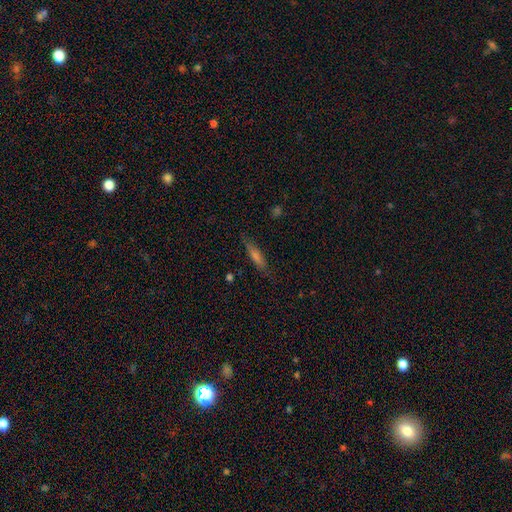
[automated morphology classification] A smooth galaxy with no disk features (50%).

Vote fractions:
- Smooth or featured? smooth: 50% / featured or disk: 39% / star or artifact: 12%
- Merging? none: 84% / minor disturbance: 12% / major disturbance: 3% / merger: 1%